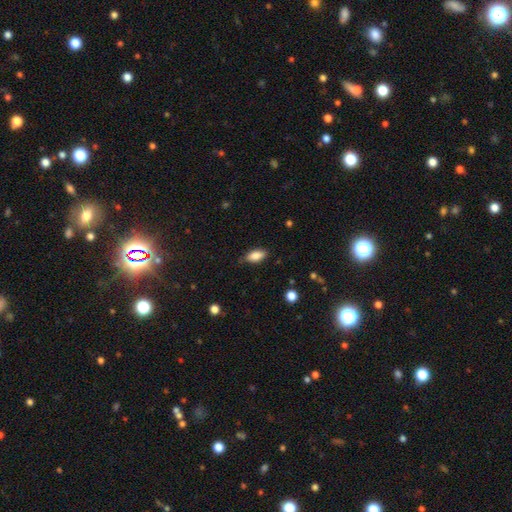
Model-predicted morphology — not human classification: The model was most divided on "merging": none: 77%, minor disturbance: 18%, major disturbance: 3%, merger: 1%. More confident: how rounded — in between (88%); smooth or featured — smooth (84%).